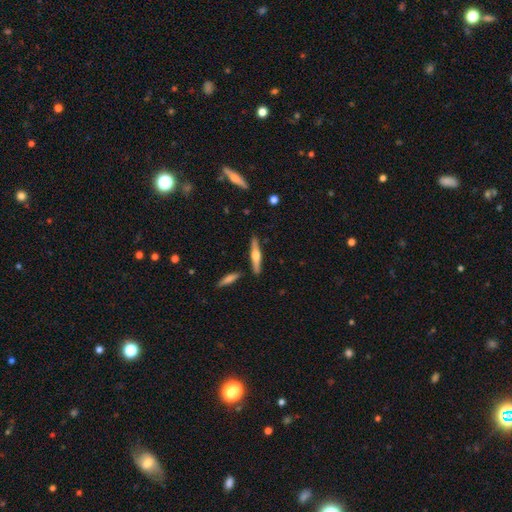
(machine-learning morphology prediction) A featured or disk galaxy (60%) viewed edge-on (96%) with a rounded central bulge (89%).

Vote fractions:
- Smooth or featured? featured or disk: 60% / smooth: 35% / star or artifact: 5%
- Edge-on disk? yes: 96% / no: 4%
- Edge-on bulge? rounded: 89% / boxy: 7% / none: 4%
- Merging? none: 86% / minor disturbance: 8% / merger: 4% / major disturbance: 2%